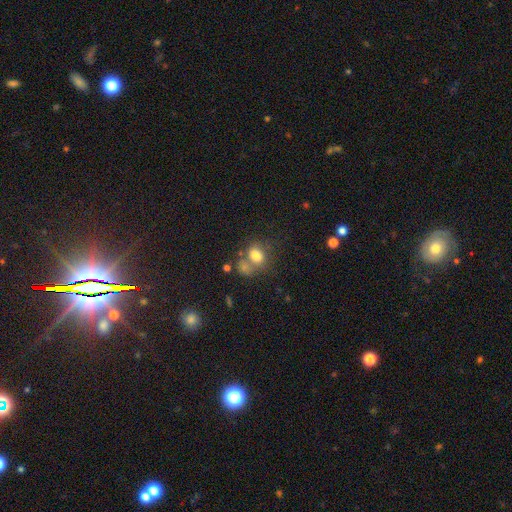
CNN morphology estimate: A smooth galaxy with no disk features (76%) that is in between round and cigar-shaped (64%).

Vote fractions:
- Smooth or featured? smooth: 76% / star or artifact: 12% / featured or disk: 12%
- How rounded? in between: 64% / round: 35% / cigar-shaped: 1%
- Merging? none: 44% / merger: 30% / minor disturbance: 16% / major disturbance: 11%